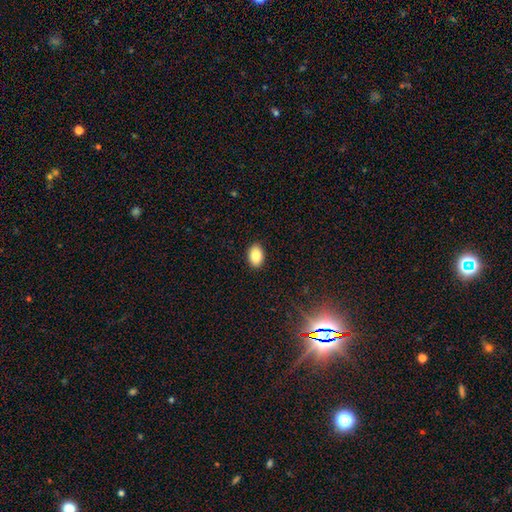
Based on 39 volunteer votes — Smooth or featured?
  - smooth: 87% *
  - star or artifact: 10%
  - featured or disk: 3%
How rounded?
  - in between: 85% *
  - round: 12%
  - cigar-shaped: 3%
Merging?
  - none: 86% *
  - minor disturbance: 11%
  - merger: 3%
  - major disturbance: 0%